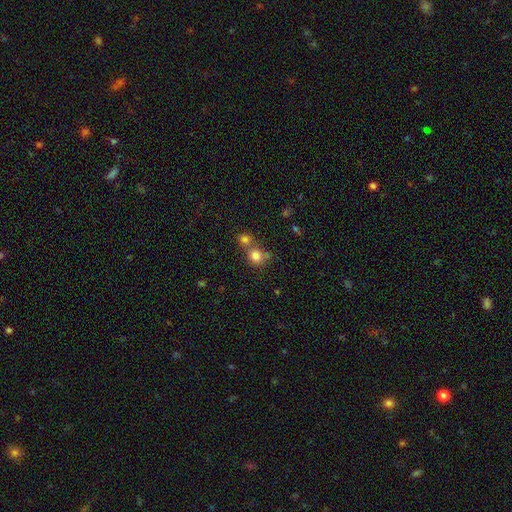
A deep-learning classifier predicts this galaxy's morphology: smooth 80%, star or artifact 13%, featured or disk 8%. Down the decision tree: how rounded — round (84%); merging — none (50%).